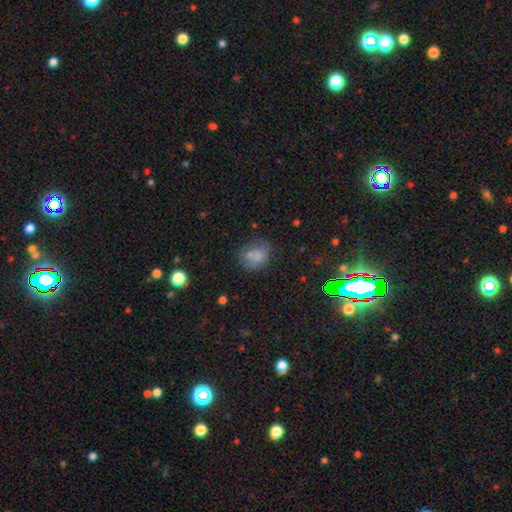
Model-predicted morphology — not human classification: type=smooth (70%); roundness=round (55%); merging=none (51%).